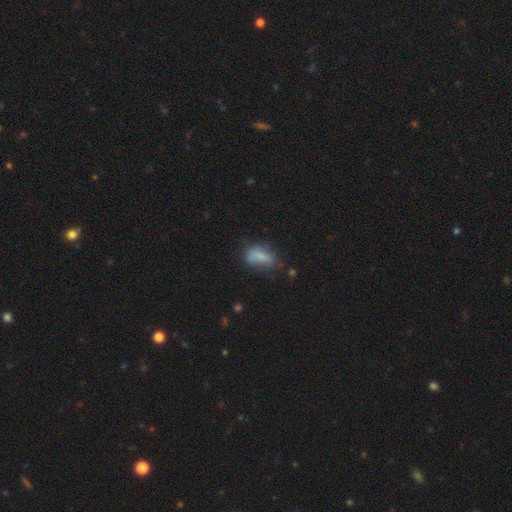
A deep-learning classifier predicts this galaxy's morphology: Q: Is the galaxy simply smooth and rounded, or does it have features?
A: smooth — 70%.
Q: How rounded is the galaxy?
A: in between — 84%.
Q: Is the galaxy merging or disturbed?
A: none — 48%.